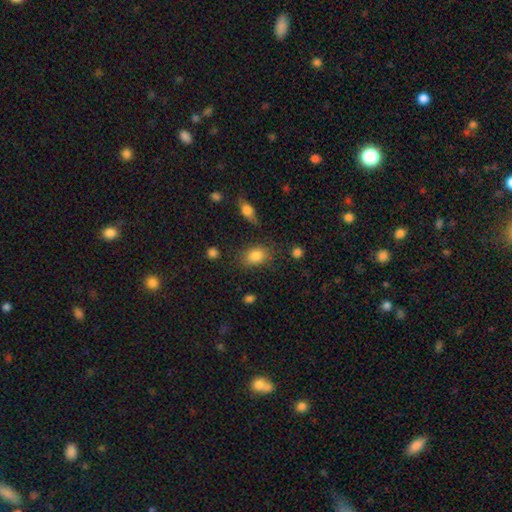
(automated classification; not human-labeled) This is clearly a smooth galaxy (83%). How rounded: likely in between (71%). Merging: likely none (75%).